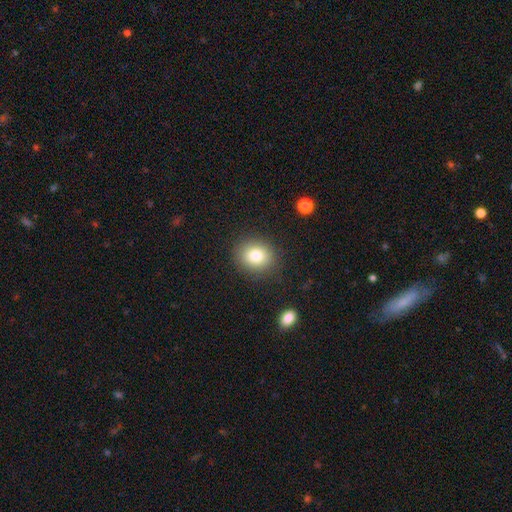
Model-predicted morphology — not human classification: This appears to be a smooth galaxy with no disk features (81%) that is round (66%). Merging: none (86%).